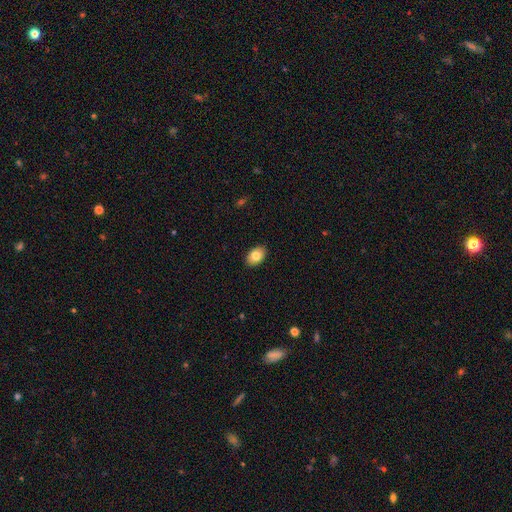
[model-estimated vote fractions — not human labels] Smooth or featured? Predicted: smooth (p=0.82). How rounded? Predicted: in between (p=0.86). Merging? Predicted: none (p=0.89).